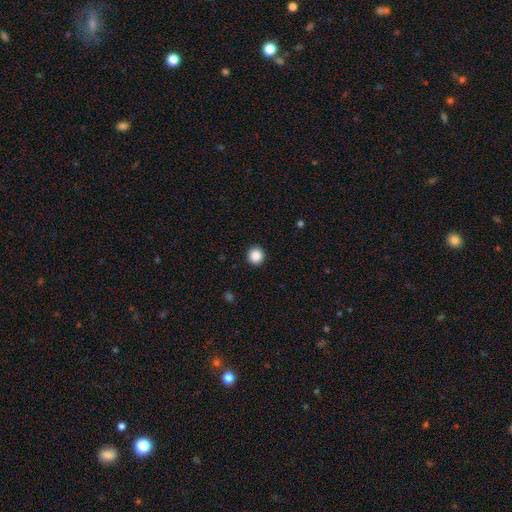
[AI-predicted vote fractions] This appears to be a smooth galaxy with no disk features (87%) that is round (95%). Merging: none (93%).